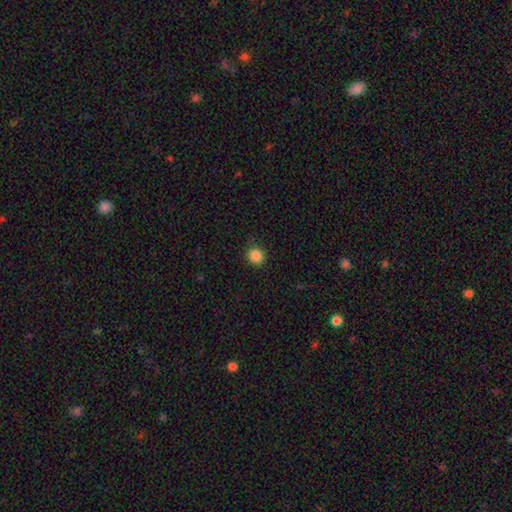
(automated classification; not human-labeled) smooth 86%, star or artifact 11%, featured or disk 3%. Down the decision tree: how rounded — round (88%); merging — none (88%).